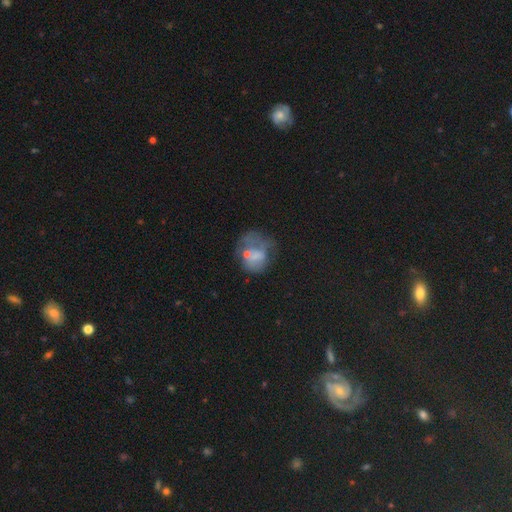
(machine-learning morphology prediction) Smooth or featured? smooth (49%)
Merging? none (33%)